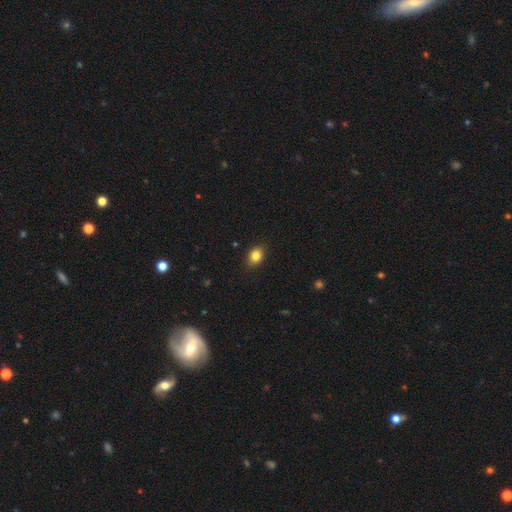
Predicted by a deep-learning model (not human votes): Smooth or featured?
  - smooth: 84% *
  - star or artifact: 9%
  - featured or disk: 7%
How rounded?
  - in between: 73% *
  - round: 25%
  - cigar-shaped: 1%
Merging?
  - none: 87% *
  - minor disturbance: 10%
  - major disturbance: 2%
  - merger: 1%